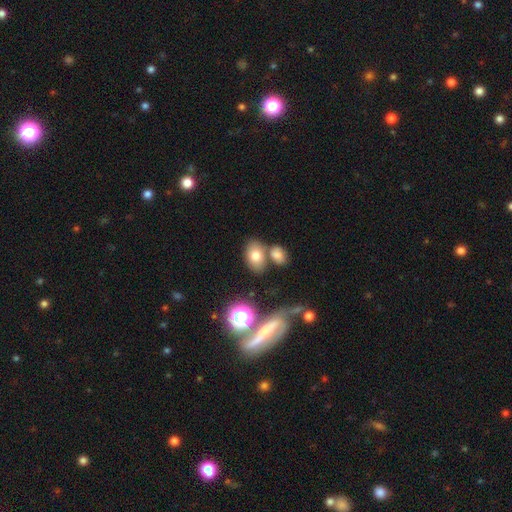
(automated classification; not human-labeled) Smooth or featured? smooth (74%)
How rounded? in between (81%)
Merging? none (63%)